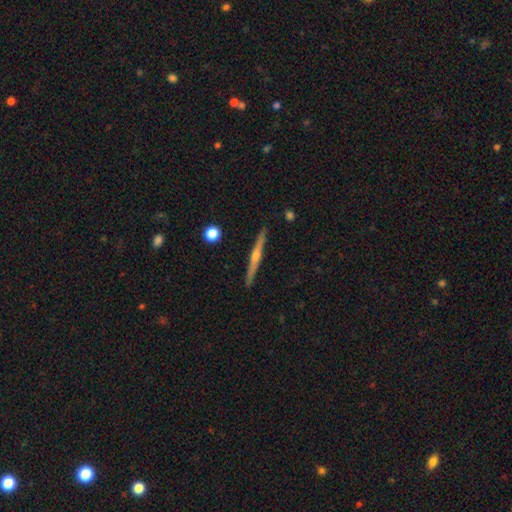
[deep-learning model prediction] A featured or disk galaxy (77%) viewed edge-on (98%) with a rounded central bulge (88%). Merging: none (92%).